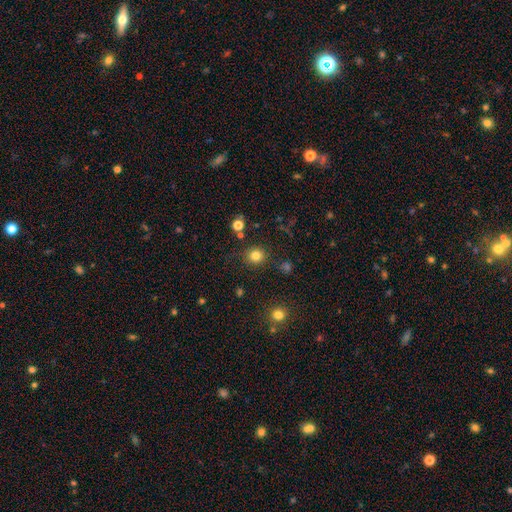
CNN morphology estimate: Smooth or featured?
  - smooth: 81% *
  - star or artifact: 14%
  - featured or disk: 5%
How rounded?
  - round: 90% *
  - in between: 9%
  - cigar-shaped: 1%
Merging?
  - none: 85% *
  - minor disturbance: 9%
  - major disturbance: 3%
  - merger: 3%